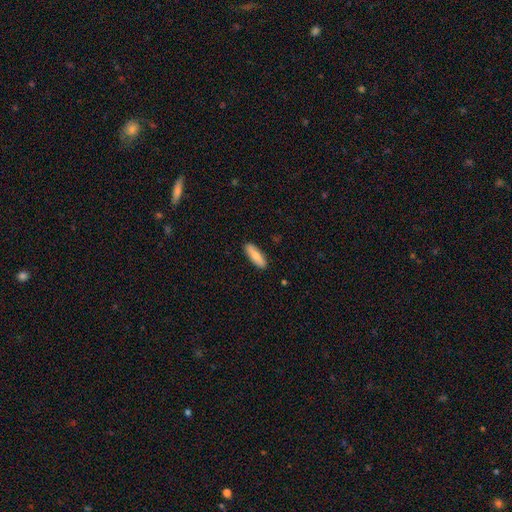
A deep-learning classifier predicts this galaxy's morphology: Smooth or featured: smooth — 76% (featured or disk — 18%)
How rounded: cigar-shaped — 54% (in between — 44%)
Merging: none — 89% (minor disturbance — 8%)